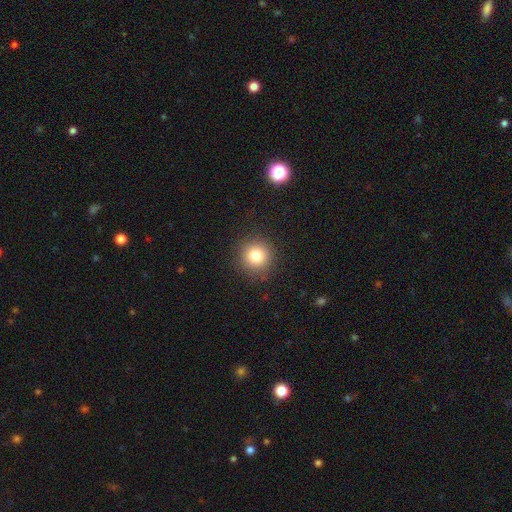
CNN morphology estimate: Smooth or featured? Predicted: smooth (p=0.81). How rounded? Predicted: round (p=0.93). Merging? Predicted: none (p=0.89).